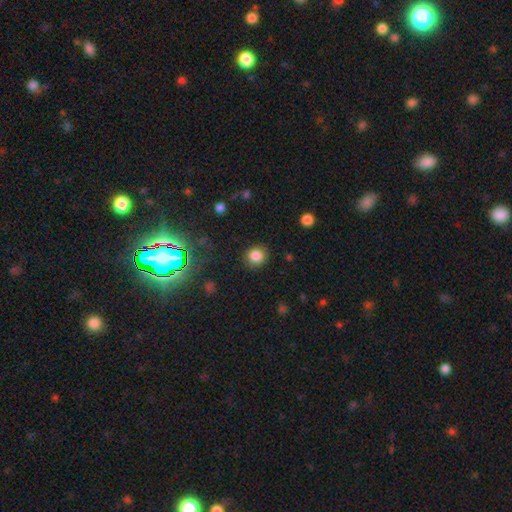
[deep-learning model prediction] smooth 83%, star or artifact 12%, featured or disk 5%. Down the decision tree: how rounded — round (85%); merging — none (88%).